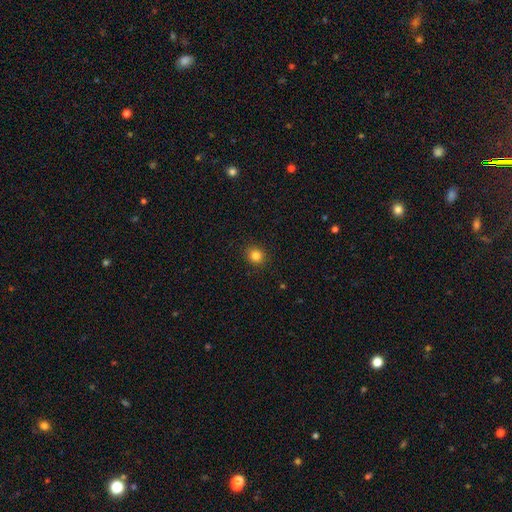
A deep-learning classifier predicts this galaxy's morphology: The model was most divided on "how rounded": round: 84%, in between: 16%, cigar-shaped: 1%. More confident: merging — none (91%); smooth or featured — smooth (83%).